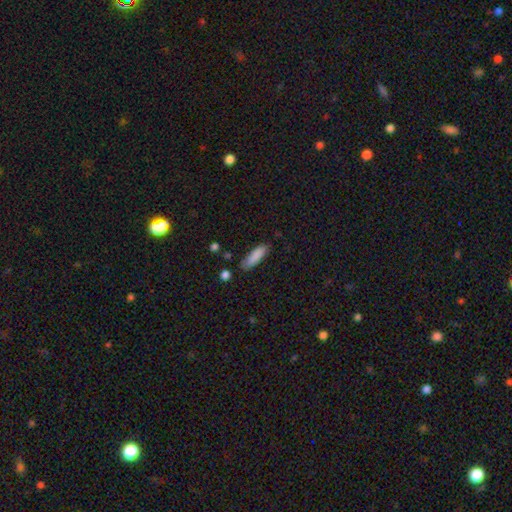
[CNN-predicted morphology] type=smooth (87%); roundness=cigar-shaped (51%); merging=none (75%).